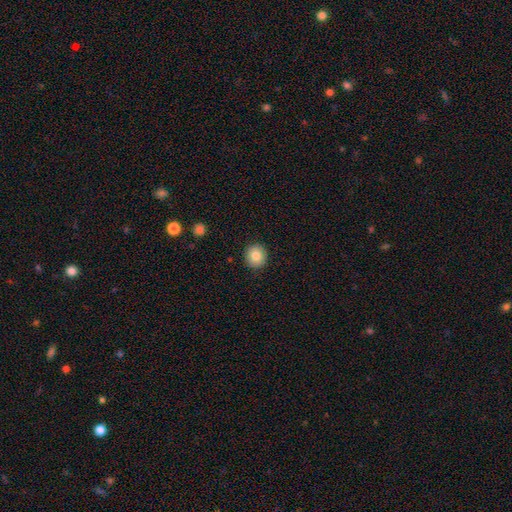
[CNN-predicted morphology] The model was most divided on "smooth or featured": smooth: 83%, star or artifact: 9%, featured or disk: 8%. More confident: merging — none (92%); how rounded — round (91%).